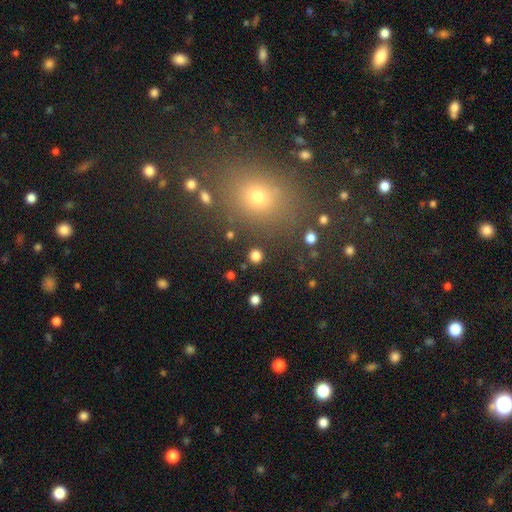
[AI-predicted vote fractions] Smooth or featured? smooth (81%)
How rounded? round (92%)
Merging? none (89%)